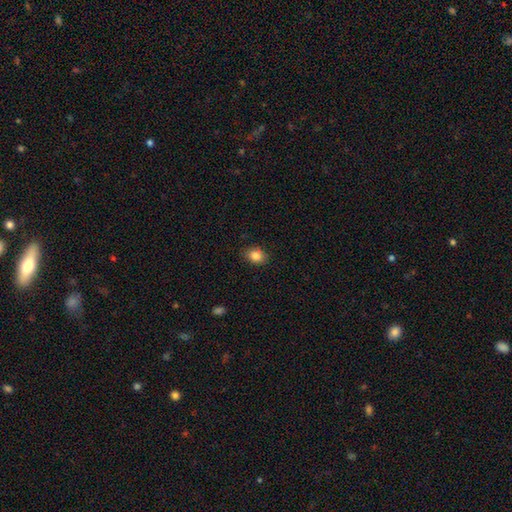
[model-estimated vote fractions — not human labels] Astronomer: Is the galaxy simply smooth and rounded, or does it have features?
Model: smooth — 85%.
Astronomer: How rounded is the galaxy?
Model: in between — 61% (runner-up: round, 38%).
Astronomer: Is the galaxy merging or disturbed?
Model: none — 86%.